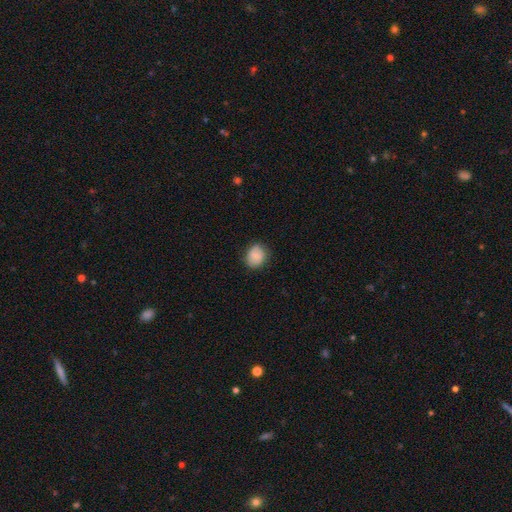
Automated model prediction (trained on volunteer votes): This is likely a smooth galaxy (75%). How rounded: possibly round (60%). Merging: likely none (79%).